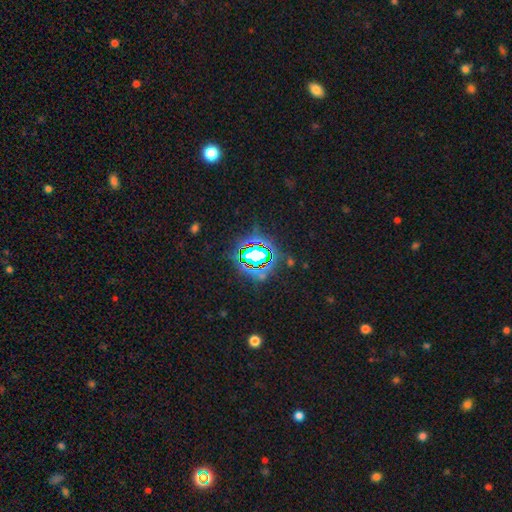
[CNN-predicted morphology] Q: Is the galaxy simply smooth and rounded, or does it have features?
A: star or artifact — 74%.